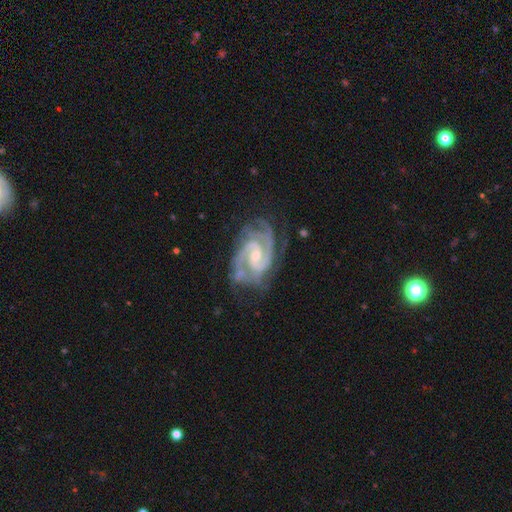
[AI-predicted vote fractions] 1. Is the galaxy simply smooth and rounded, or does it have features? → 93% featured or disk, 4% star or artifact, 3% smooth.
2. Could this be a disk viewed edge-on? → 98% no, 2% yes.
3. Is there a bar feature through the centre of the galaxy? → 49% weak, 36% no, 15% strong.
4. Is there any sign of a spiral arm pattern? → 99% yes, 1% no.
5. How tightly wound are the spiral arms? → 53% tight, 42% medium, 5% loose.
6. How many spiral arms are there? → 59% 2, 23% 3, 7% can't tell, 5% 4, 3% 1, 3% more than 4.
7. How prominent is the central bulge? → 56% small, 39% moderate, 3% none, 2% large, 1% dominant.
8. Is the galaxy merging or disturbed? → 67% none, 22% minor disturbance, 9% major disturbance, 2% merger.